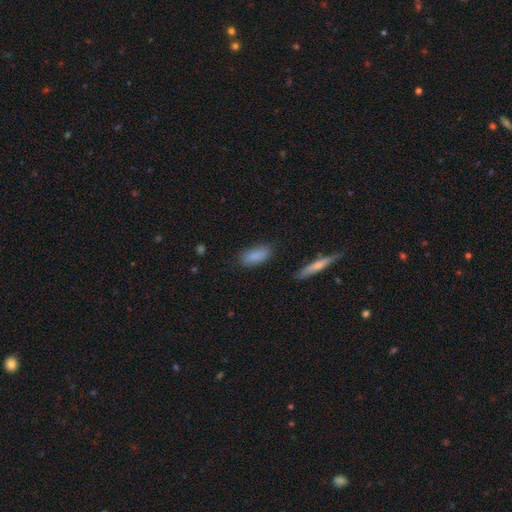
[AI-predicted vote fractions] This appears to be a smooth galaxy with no disk features (85%) that is in between round and cigar-shaped (79%). Merging: none (75%).